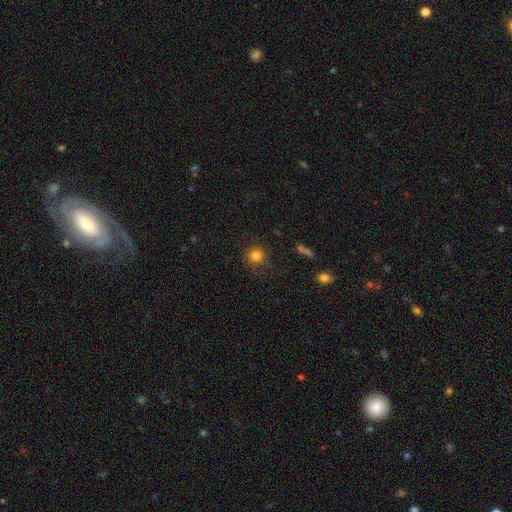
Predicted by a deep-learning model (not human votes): Overall: smooth (81%). How rounded: round (92%). Merging: none (79%).